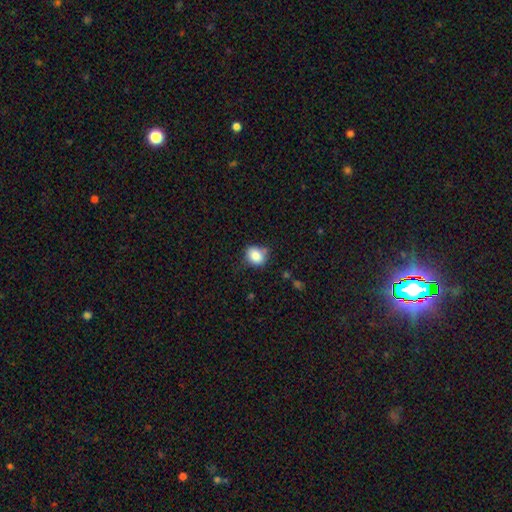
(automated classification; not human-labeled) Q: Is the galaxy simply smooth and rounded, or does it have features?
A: smooth — 84%.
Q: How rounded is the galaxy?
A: round — 52%.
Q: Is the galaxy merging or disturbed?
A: none — 64%.